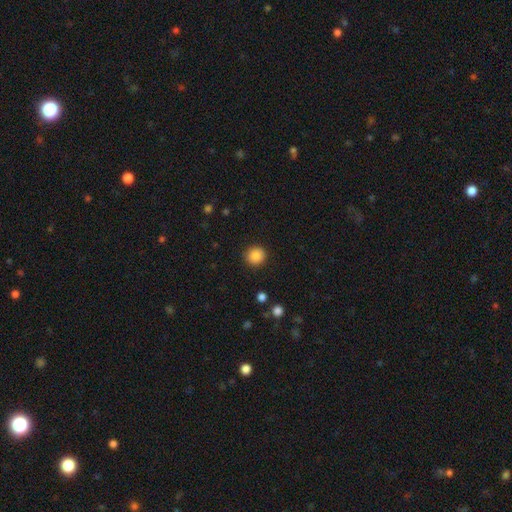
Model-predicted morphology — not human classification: A smooth galaxy with no disk features (86%) that is round (90%). Merging: none (91%).